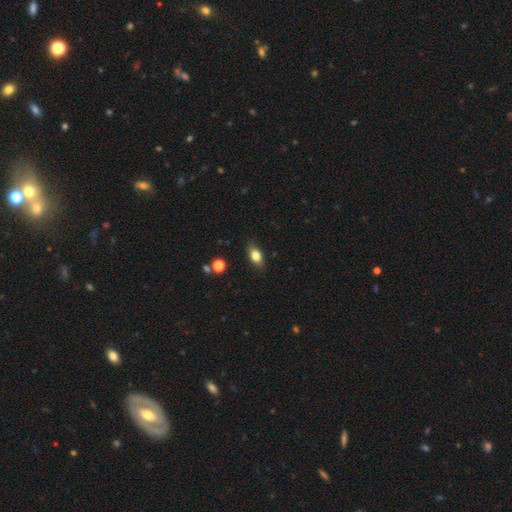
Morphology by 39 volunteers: This appears to be a smooth galaxy with no disk features (90%) that is in between round and cigar-shaped (83%). Merging: none (87%).